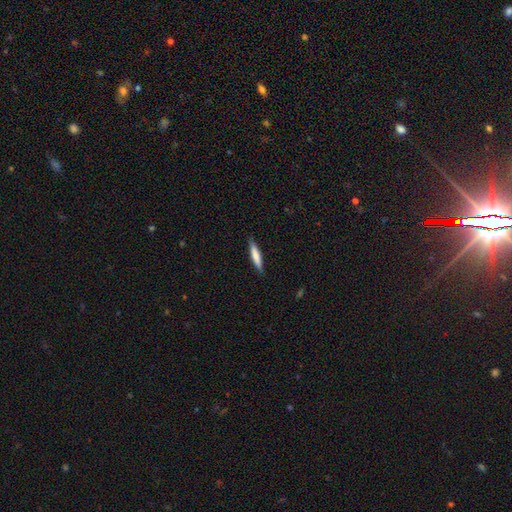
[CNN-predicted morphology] A smooth galaxy with no disk features (68%) that is cigar-shaped (90%).

Vote fractions:
- Smooth or featured? smooth: 68% / featured or disk: 26% / star or artifact: 6%
- How rounded? cigar-shaped: 90% / in between: 9% / round: 1%
- Merging? none: 89% / minor disturbance: 8% / major disturbance: 2% / merger: 1%